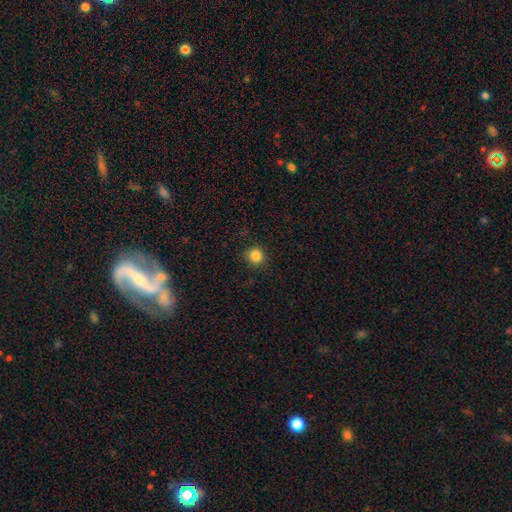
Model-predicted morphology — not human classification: Smooth or featured?
  - smooth: 84% *
  - star or artifact: 12%
  - featured or disk: 4%
How rounded?
  - round: 92% *
  - in between: 7%
  - cigar-shaped: 1%
Merging?
  - none: 87% *
  - minor disturbance: 9%
  - major disturbance: 3%
  - merger: 1%